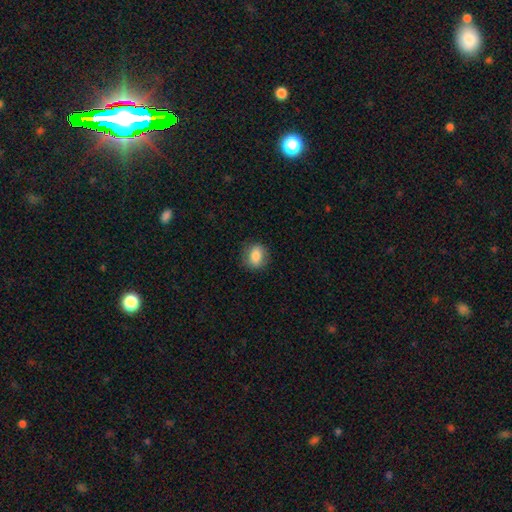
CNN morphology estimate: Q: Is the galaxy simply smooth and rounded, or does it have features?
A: smooth — 83%.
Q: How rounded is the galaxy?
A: in between — 50%.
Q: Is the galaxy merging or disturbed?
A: none — 83%.